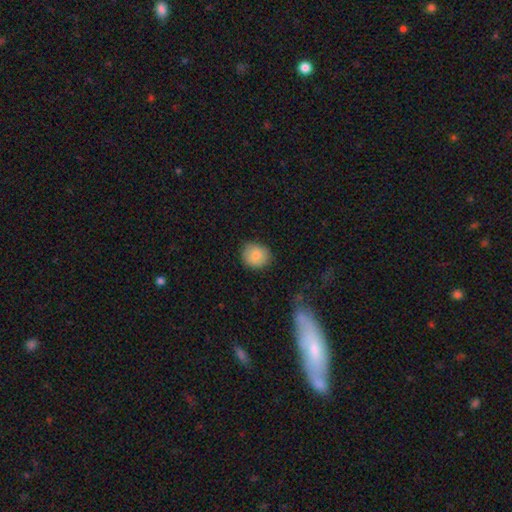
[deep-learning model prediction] A smooth galaxy with no disk features (85%) that is round (76%). Merging: none (82%).